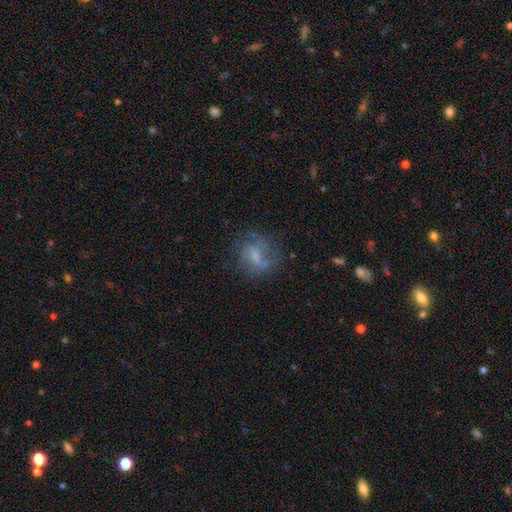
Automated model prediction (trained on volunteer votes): Smooth or featured? Predicted: featured or disk (p=0.55). Edge-on disk? Predicted: no (p=0.96). Bar? Predicted: weak (p=0.51). Spiral arms? Predicted: yes (p=0.73). Bulge size? Predicted: moderate (p=0.34). Merging? Predicted: none (p=0.60).